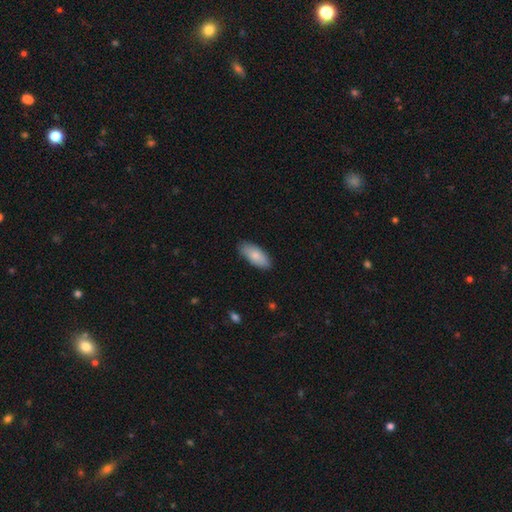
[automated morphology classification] Q: Smooth or featured?
A: smooth (83%); runner-up: featured or disk (11%)
Q: How rounded?
A: in between (86%); runner-up: cigar-shaped (13%)
Q: Merging?
A: none (84%); runner-up: minor disturbance (12%)